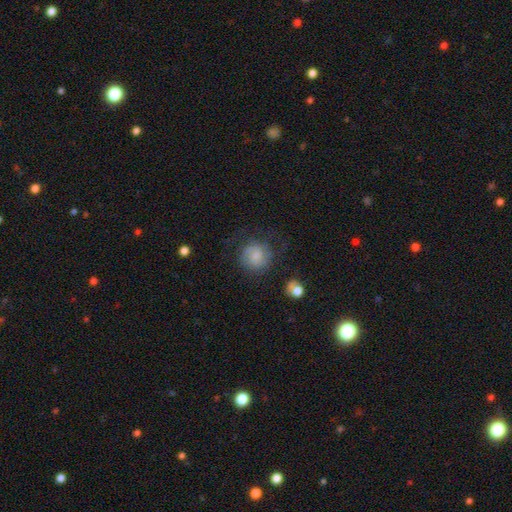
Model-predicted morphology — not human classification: A smooth galaxy with no disk features (60%) that is round (86%).

Vote fractions:
- Smooth or featured? smooth: 60% / featured or disk: 31% / star or artifact: 9%
- How rounded? round: 86% / in between: 13% / cigar-shaped: 1%
- Merging? none: 61% / minor disturbance: 21% / major disturbance: 16% / merger: 3%